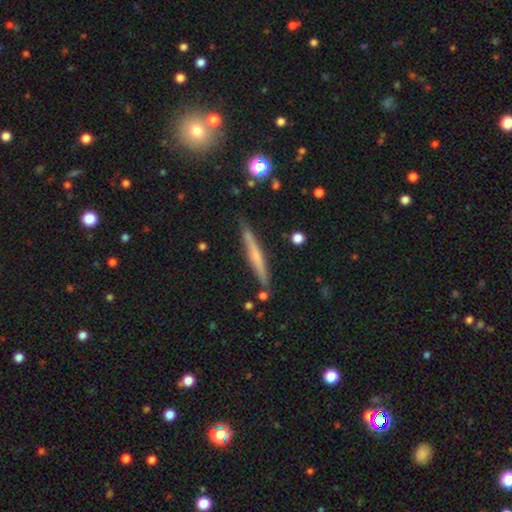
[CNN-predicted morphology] Overall: smooth (47%, tied with featured or disk). Merging: none (85%).